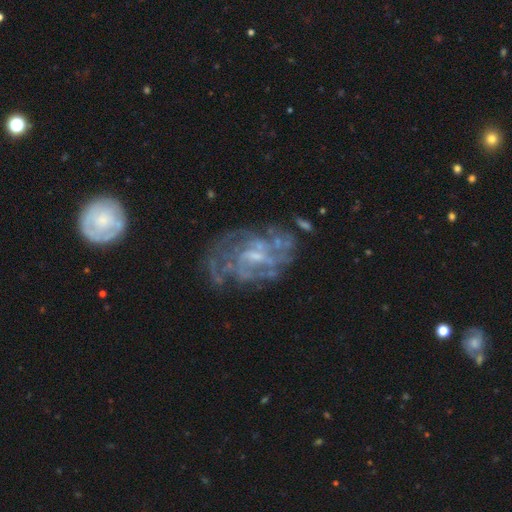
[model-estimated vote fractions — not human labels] A featured or disk galaxy (82%) with a weak bar (51%), tight (47%) spiral arms (79%) and a small central bulge (53%). Merging: none (53%).